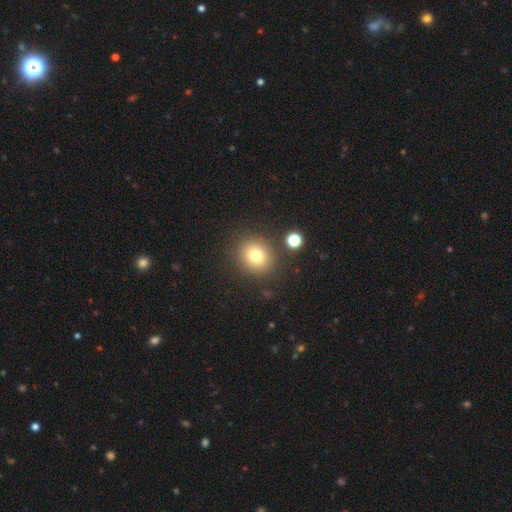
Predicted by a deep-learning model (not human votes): Morphology: type=smooth (76%); roundness=round (84%); merging=none (85%).